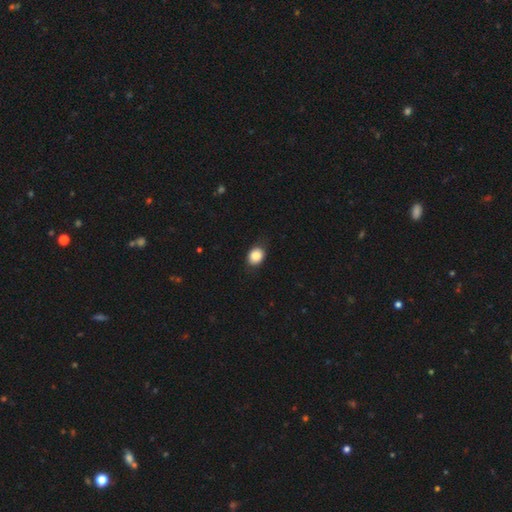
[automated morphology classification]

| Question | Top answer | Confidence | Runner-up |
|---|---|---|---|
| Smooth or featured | smooth | 85% | star or artifact (9%) |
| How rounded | in between | 55% | round (44%) |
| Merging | none | 82% | minor disturbance (14%) |